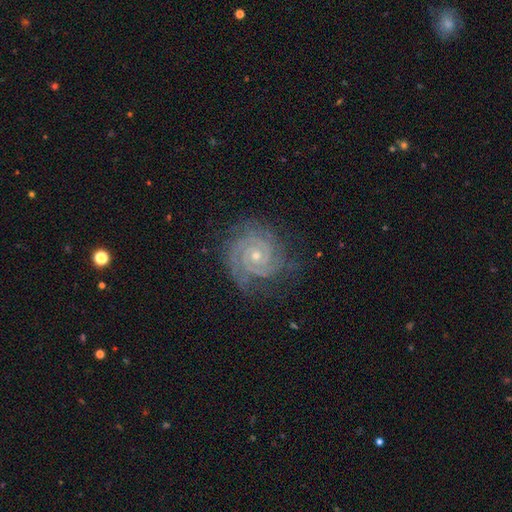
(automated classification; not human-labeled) Q: Smooth or featured?
A: featured or disk (91%); runner-up: star or artifact (5%)
Q: Edge-on disk?
A: no (98%); runner-up: yes (2%)
Q: Bar?
A: no (72%); runner-up: weak (21%)
Q: Spiral arms?
A: yes (99%); runner-up: no (1%)
Q: Spiral winding?
A: tight (83%); runner-up: medium (15%)
Q: Spiral arm count?
A: 2 (48%); runner-up: 3 (24%)
Q: Bulge size?
A: small (64%); runner-up: moderate (33%)
Q: Merging?
A: none (77%); runner-up: minor disturbance (17%)